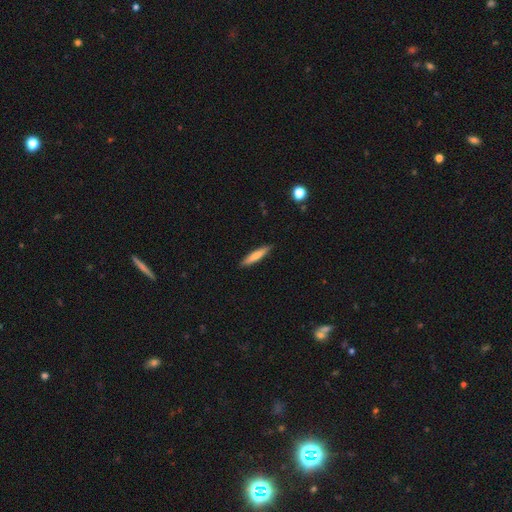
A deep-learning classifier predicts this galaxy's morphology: Smooth or featured: smooth — 72% (featured or disk — 23%)
How rounded: cigar-shaped — 87% (in between — 11%)
Merging: none — 89% (minor disturbance — 8%)